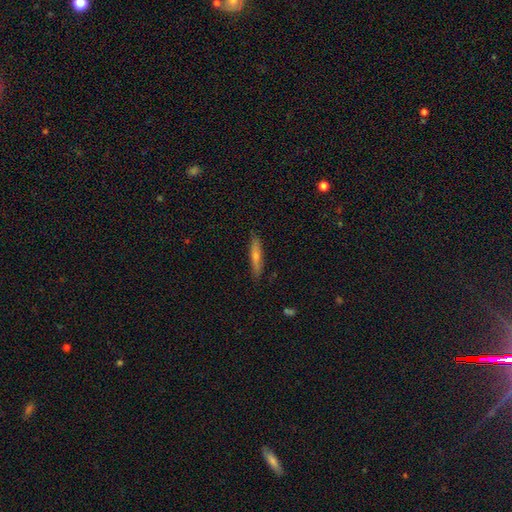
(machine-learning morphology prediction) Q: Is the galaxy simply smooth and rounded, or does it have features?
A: featured or disk — 47%.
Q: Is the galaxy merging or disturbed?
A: none — 88%.